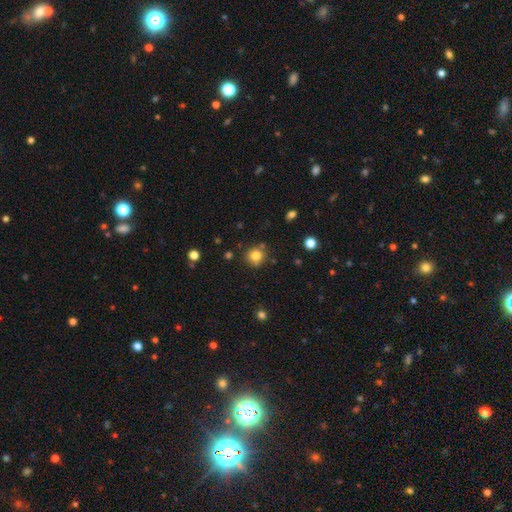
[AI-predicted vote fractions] smooth 81%, star or artifact 12%, featured or disk 7%. Down the decision tree: how rounded — round (89%); merging — none (81%).